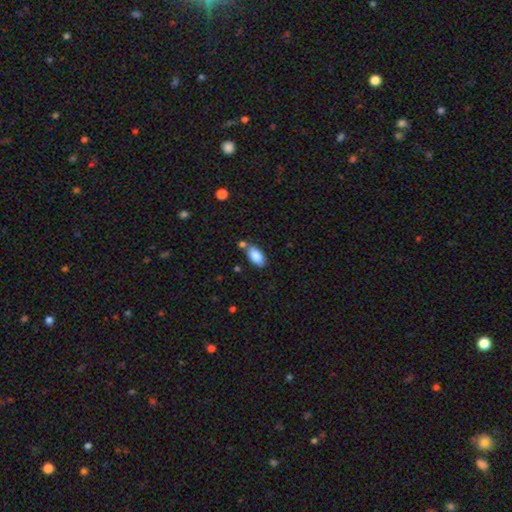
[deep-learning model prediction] smooth_or_featured: smooth (p=0.86) [alt: star or artifact p=0.07]
how_rounded: in between (p=0.92) [alt: cigar-shaped p=0.05]
merging: none (p=0.67) [alt: minor disturbance p=0.15]